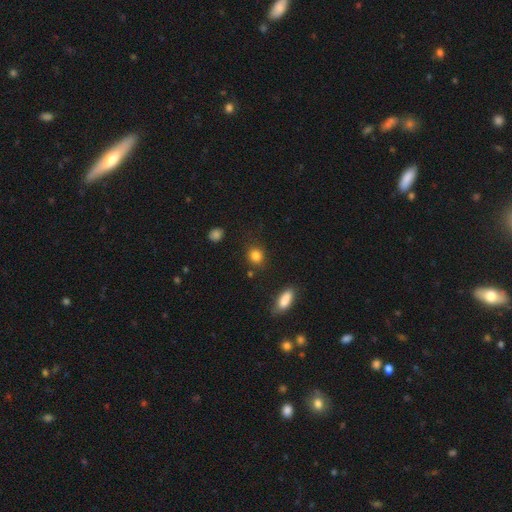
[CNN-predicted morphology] Q: Smooth or featured?
A: smooth (84%); runner-up: star or artifact (11%)
Q: How rounded?
A: round (76%); runner-up: in between (22%)
Q: Merging?
A: none (83%); runner-up: minor disturbance (10%)